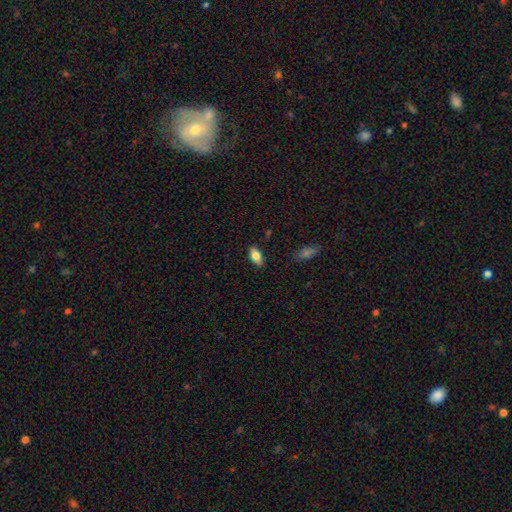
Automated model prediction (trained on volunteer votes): Smooth or featured?
  - smooth: 81% *
  - featured or disk: 12%
  - star or artifact: 7%
How rounded?
  - in between: 90% *
  - cigar-shaped: 7%
  - round: 3%
Merging?
  - none: 86% *
  - minor disturbance: 10%
  - major disturbance: 2%
  - merger: 1%